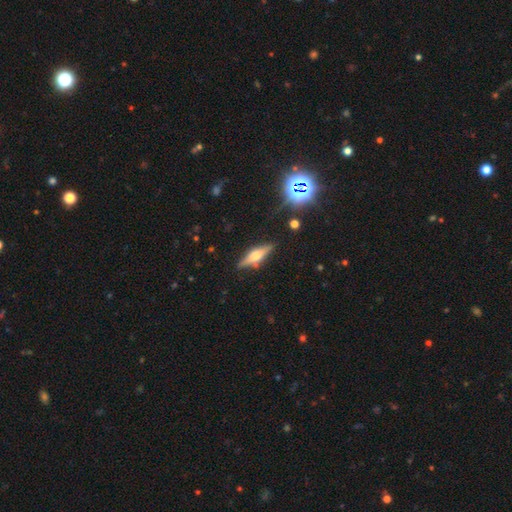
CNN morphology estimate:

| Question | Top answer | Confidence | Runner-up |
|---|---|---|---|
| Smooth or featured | featured or disk | 61% | smooth (30%) |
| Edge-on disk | yes | 95% | no (5%) |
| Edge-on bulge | rounded | 87% | boxy (11%) |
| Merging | none | 84% | minor disturbance (11%) |